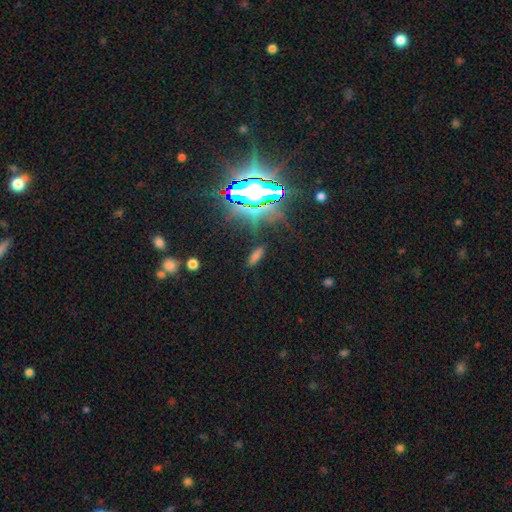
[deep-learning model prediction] Q: Smooth or featured?
A: smooth (55%); runner-up: star or artifact (33%)
Q: How rounded?
A: cigar-shaped (53%); runner-up: in between (42%)
Q: Merging?
A: none (80%); runner-up: minor disturbance (12%)